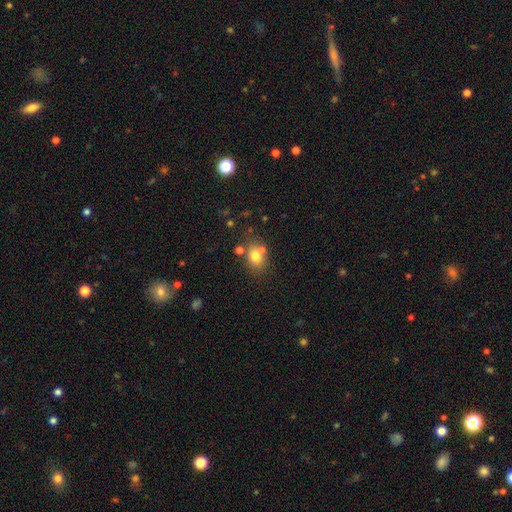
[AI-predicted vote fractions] Smooth or featured? Predicted: smooth (p=0.76). How rounded? Predicted: in between (p=0.54). Merging? Predicted: none (p=0.62).